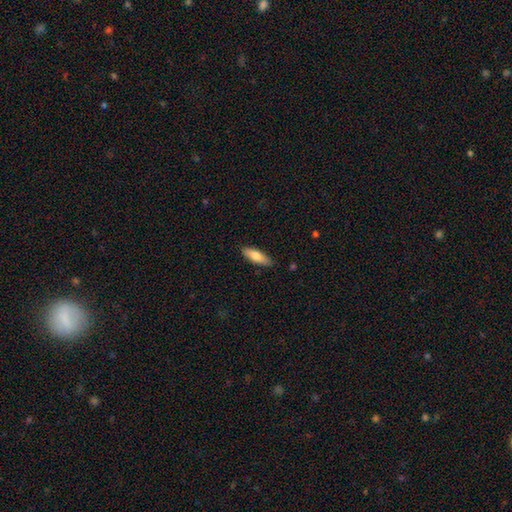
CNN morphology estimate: A smooth galaxy with no disk features (76%) that is in between round and cigar-shaped (53%).

Vote fractions:
- Smooth or featured? smooth: 76% / featured or disk: 19% / star or artifact: 6%
- How rounded? in between: 53% / cigar-shaped: 45% / round: 2%
- Merging? none: 85% / minor disturbance: 12% / major disturbance: 2% / merger: 1%